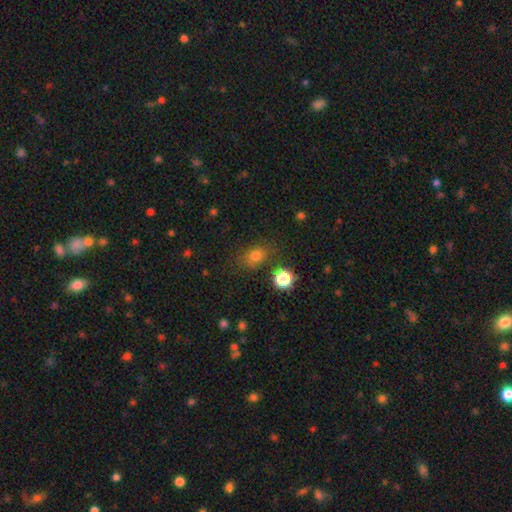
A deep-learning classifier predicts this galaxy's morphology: Smooth or featured? smooth (76%)
How rounded? in between (52%)
Merging? none (77%)